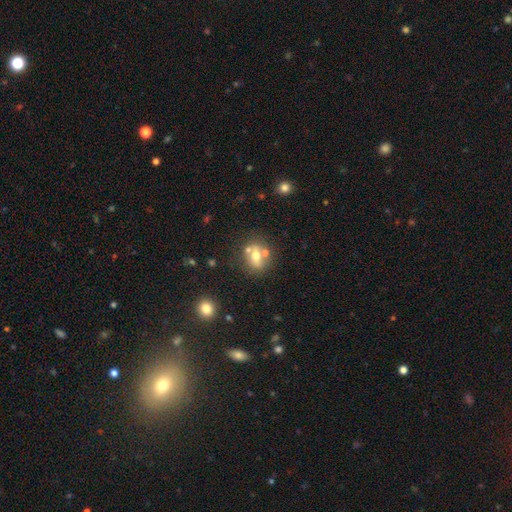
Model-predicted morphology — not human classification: smooth-or-featured: smooth: 53% | featured or disk: 35% | star or artifact: 12%
  how-rounded: round: 57% | in between: 41% | cigar-shaped: 2%
  merging: none: 55% | merger: 27% | minor disturbance: 13% | major disturbance: 5%